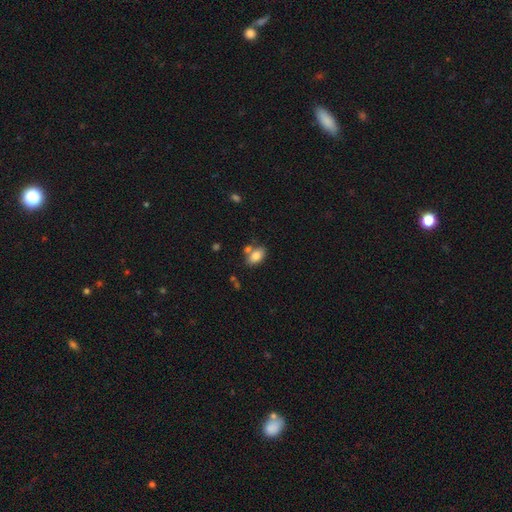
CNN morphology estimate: Smooth or featured: smooth — 81% (featured or disk — 10%)
How rounded: in between — 90% (round — 8%)
Merging: none — 62% (merger — 20%)